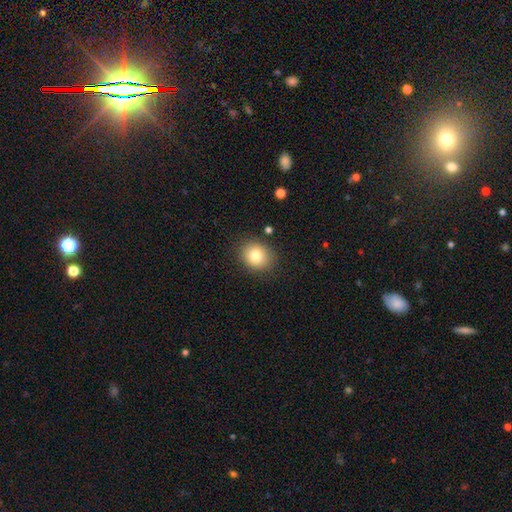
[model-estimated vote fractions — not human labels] Smooth or featured? Predicted: smooth (p=0.80). How rounded? Predicted: round (p=0.68). Merging? Predicted: none (p=0.86).